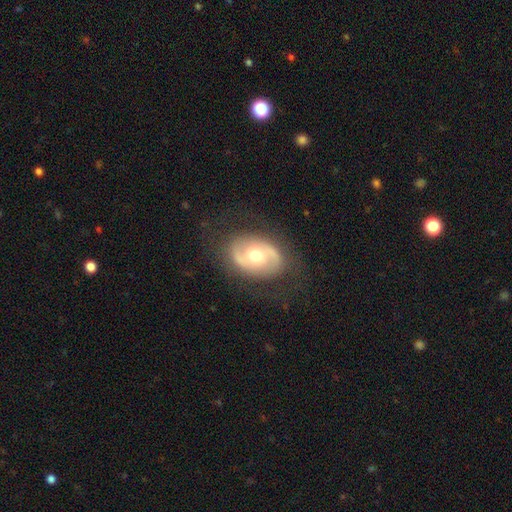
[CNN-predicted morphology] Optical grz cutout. It shows a featured or disk galaxy (72%) with no bar (56%), spiral arms (69%) and a moderate central bulge (72%). Merging: none (78%).